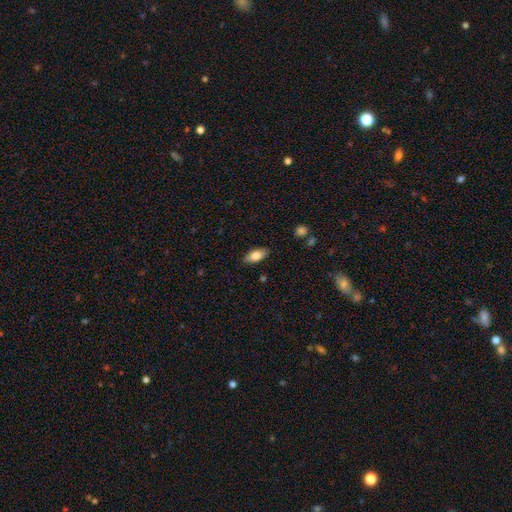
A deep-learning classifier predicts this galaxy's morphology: Overall: smooth (79%). How rounded: in between (87%). Merging: none (85%).